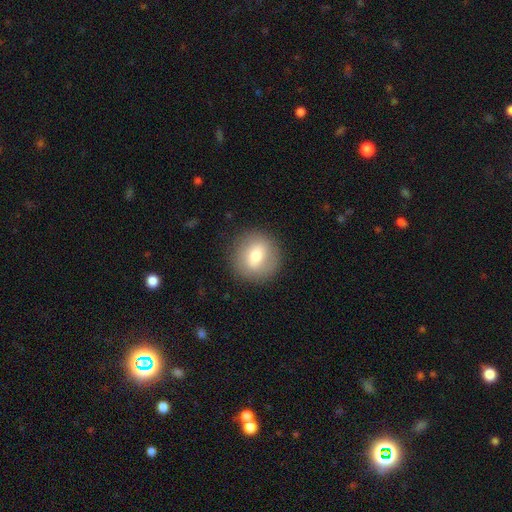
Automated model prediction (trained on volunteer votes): Smooth or featured: smooth — 66% (featured or disk — 26%)
How rounded: round — 87% (in between — 11%)
Merging: none — 88% (minor disturbance — 8%)